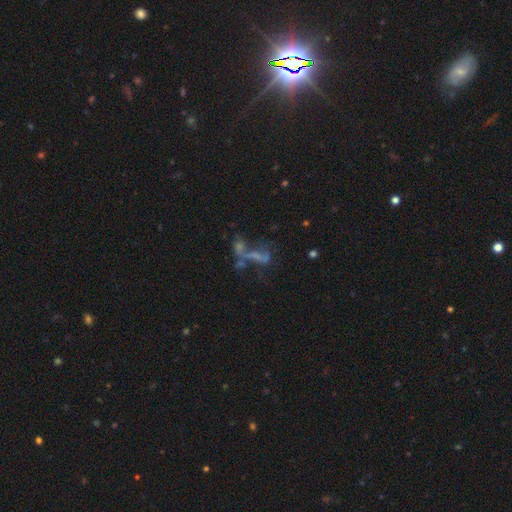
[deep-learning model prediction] Smooth or featured: featured or disk — 44% (star or artifact — 30%)
Merging: merger — 39% (major disturbance — 26%)